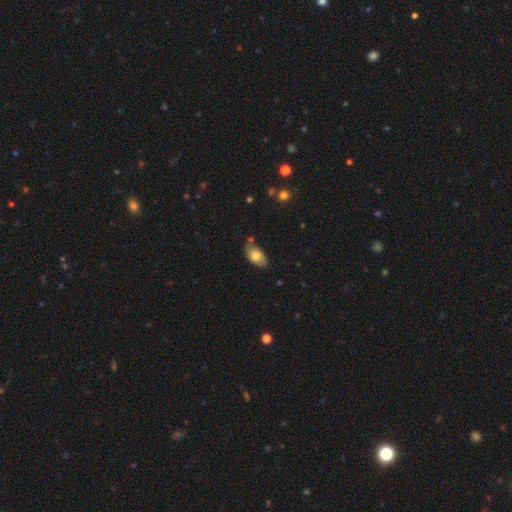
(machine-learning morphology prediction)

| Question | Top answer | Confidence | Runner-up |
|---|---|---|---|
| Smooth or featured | smooth | 75% | featured or disk (18%) |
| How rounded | in between | 93% | round (5%) |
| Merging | none | 74% | minor disturbance (17%) |